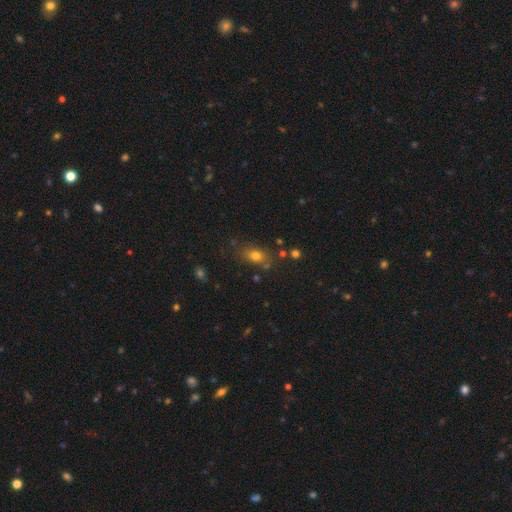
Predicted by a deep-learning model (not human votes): Morphology: type=smooth (76%); roundness=in between (71%); merging=none (69%).